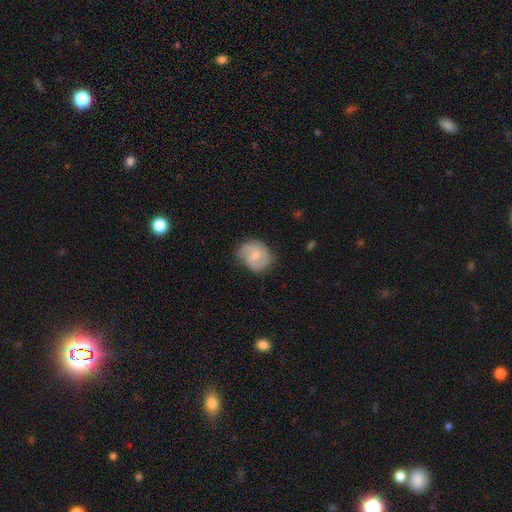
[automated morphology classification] This appears to be a featured or disk galaxy (59%) with no bar (61%), 2 (74%) medium (45%) spiral arms (89%) and a moderate central bulge (54%). Merging: none (66%).